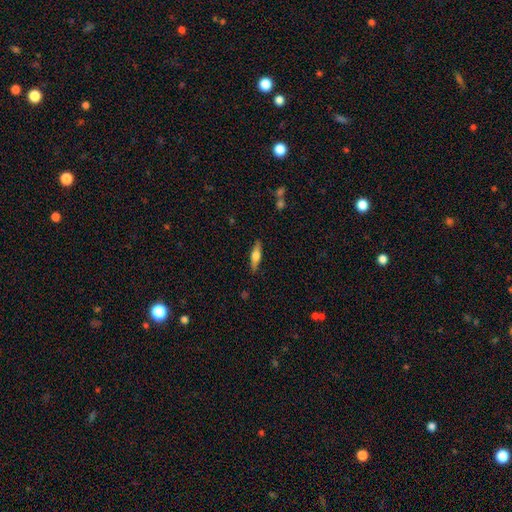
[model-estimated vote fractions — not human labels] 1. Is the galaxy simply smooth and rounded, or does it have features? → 47% featured or disk, 46% smooth, 6% star or artifact.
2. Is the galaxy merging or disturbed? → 86% none, 10% minor disturbance, 2% major disturbance, 1% merger.